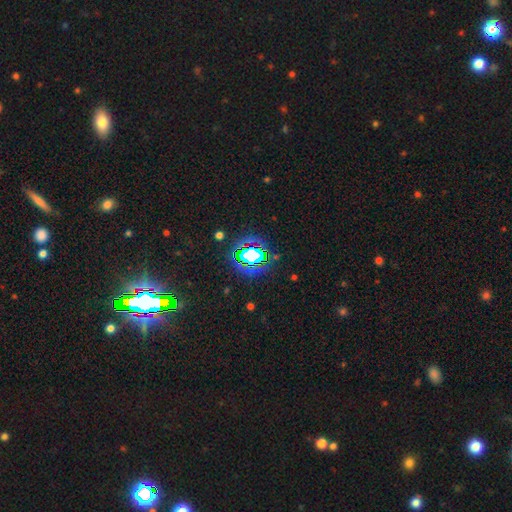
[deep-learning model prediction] This appears to be a star or artifact, not a galaxy (65%).